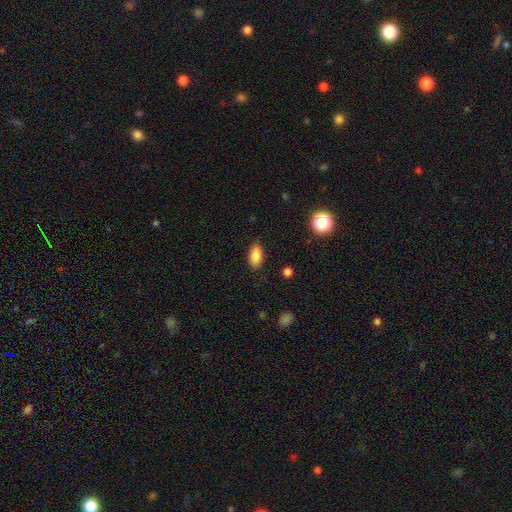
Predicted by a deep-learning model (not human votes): smooth_or_featured: smooth (p=0.85) [alt: star or artifact p=0.08]
how_rounded: in between (p=0.91) [alt: cigar-shaped p=0.05]
merging: none (p=0.86) [alt: minor disturbance p=0.10]